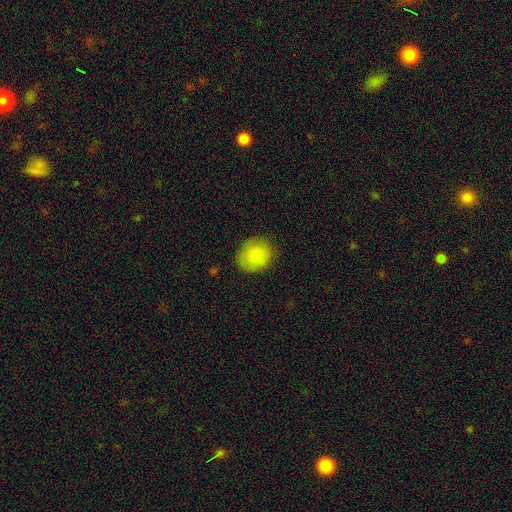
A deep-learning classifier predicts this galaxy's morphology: Overall: smooth (86%). How rounded: round (65%; in between 34%). Merging: none (82%).